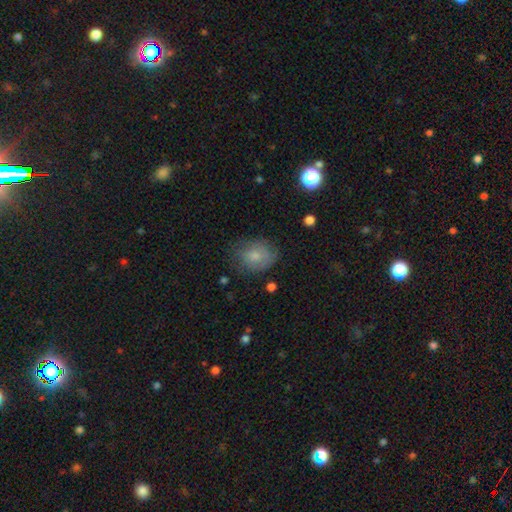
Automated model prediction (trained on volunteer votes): A smooth galaxy with no disk features (72%) that is round (50%).

Vote fractions:
- Smooth or featured? smooth: 72% / featured or disk: 19% / star or artifact: 9%
- How rounded? round: 50% / in between: 49% / cigar-shaped: 1%
- Merging? none: 64% / minor disturbance: 25% / major disturbance: 9% / merger: 2%